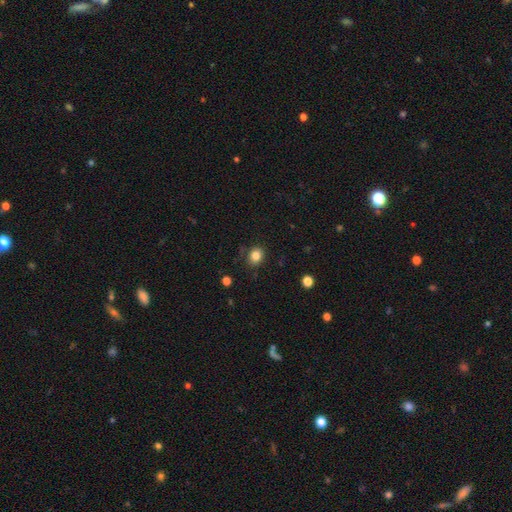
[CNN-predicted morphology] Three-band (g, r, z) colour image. It shows a smooth galaxy with no disk features (83%) that is round (63%). Merging: none (83%).